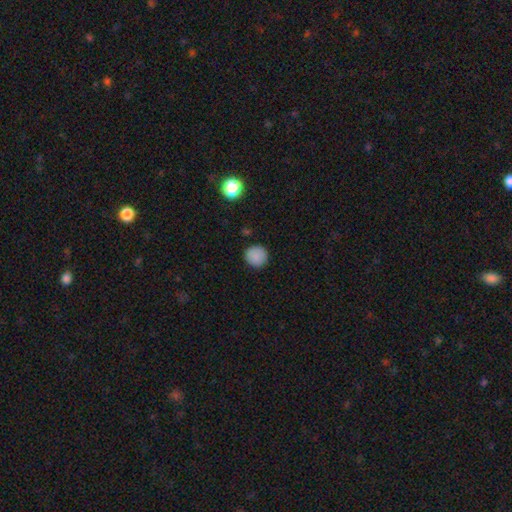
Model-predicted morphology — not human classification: The model was most divided on "smooth or featured": smooth: 87%, star or artifact: 10%, featured or disk: 3%. More confident: how rounded — round (94%); merging — none (90%).